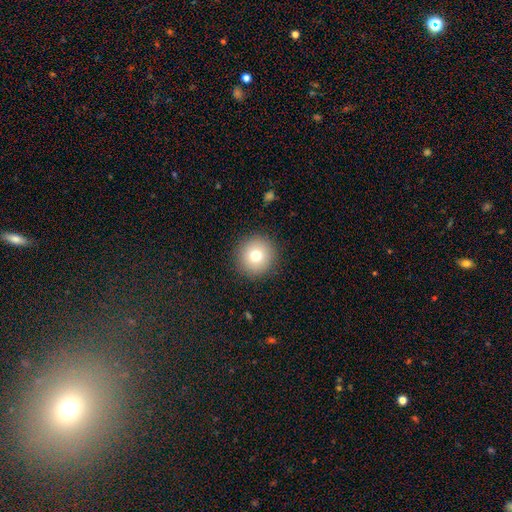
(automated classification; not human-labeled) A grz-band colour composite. It shows a smooth galaxy with no disk features (75%) that is round (95%). Merging: none (91%).